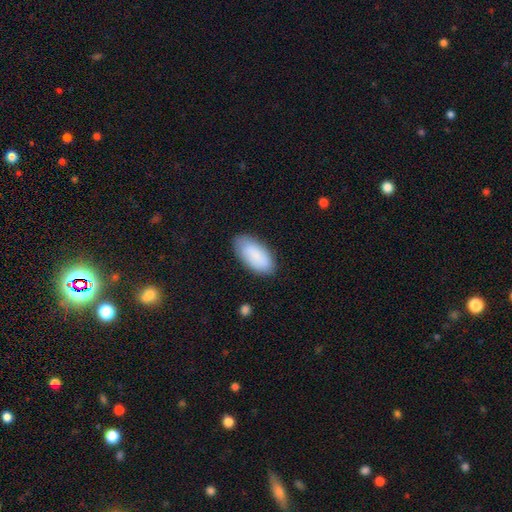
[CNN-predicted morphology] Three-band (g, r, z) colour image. It shows a smooth galaxy with no disk features (86%) that is in between round and cigar-shaped (93%). Merging: none (83%).